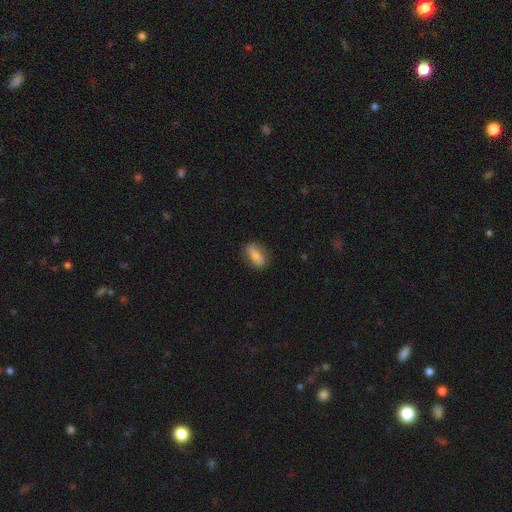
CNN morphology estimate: This appears to be a smooth galaxy with no disk features (71%) that is in between round and cigar-shaped (83%). Merging: none (79%).